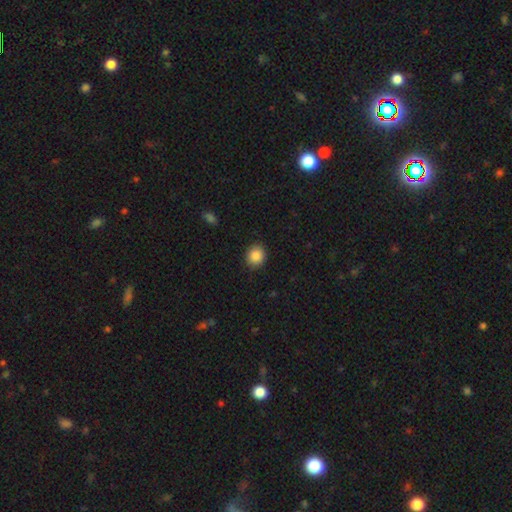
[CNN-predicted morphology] A smooth galaxy with no disk features (87%) that is round (79%). Merging: none (89%).